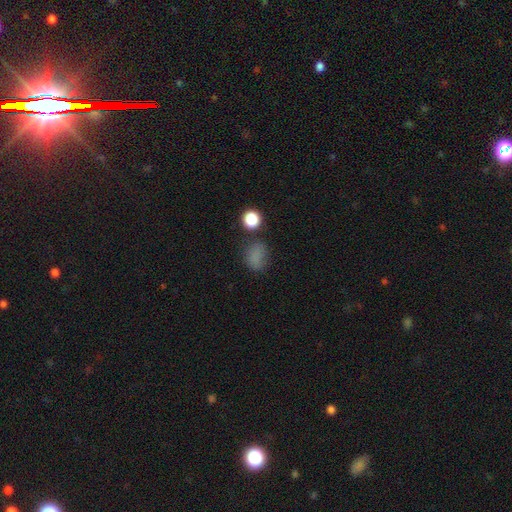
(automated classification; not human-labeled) smooth-or-featured: smooth: 75% | star or artifact: 18% | featured or disk: 6%
  how-rounded: in between: 58% | round: 41% | cigar-shaped: 2%
  merging: none: 65% | minor disturbance: 20% | major disturbance: 9% | merger: 6%